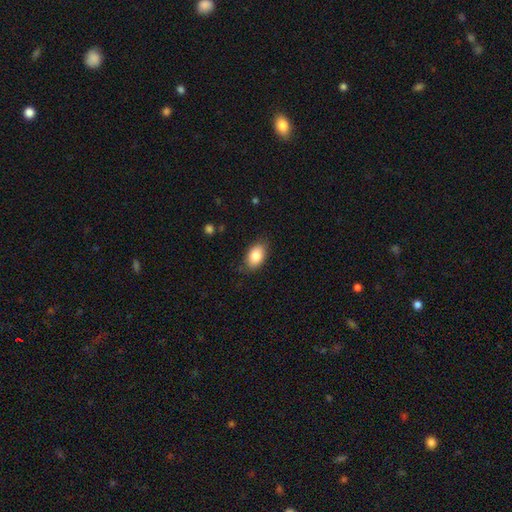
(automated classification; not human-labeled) This appears to be a smooth galaxy with no disk features (85%) that is in between round and cigar-shaped (89%). Merging: none (82%).